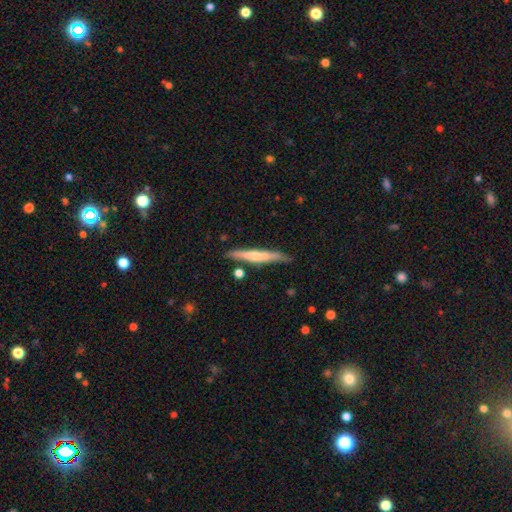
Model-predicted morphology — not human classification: This appears to be a featured or disk galaxy (50%). Merging: none (77%).